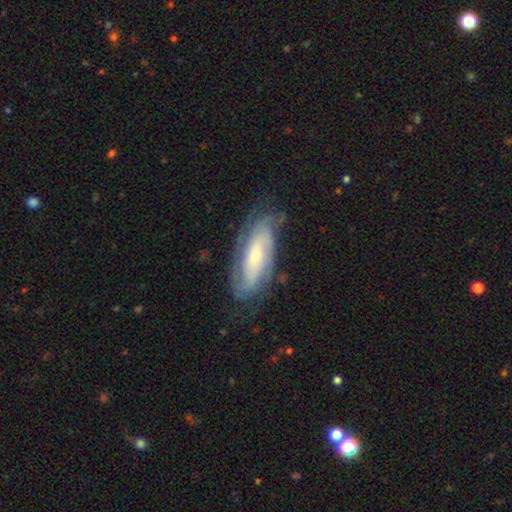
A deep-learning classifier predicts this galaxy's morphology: Q: Smooth or featured?
A: featured or disk (76%); runner-up: smooth (18%)
Q: Edge-on disk?
A: no (88%); runner-up: yes (12%)
Q: Bar?
A: no (61%); runner-up: weak (27%)
Q: Spiral arms?
A: yes (91%); runner-up: no (9%)
Q: Spiral winding?
A: tight (60%); runner-up: medium (30%)
Q: Spiral arm count?
A: can't tell (42%); runner-up: 2 (31%)
Q: Bulge size?
A: small (60%); runner-up: moderate (34%)
Q: Merging?
A: none (70%); runner-up: minor disturbance (20%)